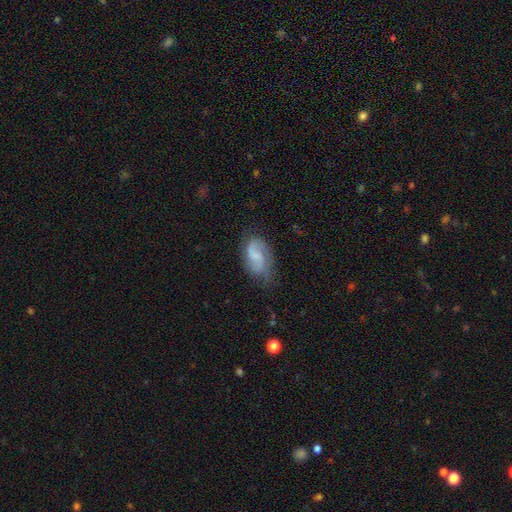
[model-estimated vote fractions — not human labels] Overall: featured or disk (60%; smooth 33%). Edge-on disk: no (97%). Bar: no (45%; weak 44%). Spiral arms: yes (89%). Spiral arm count: 2 (73%). Spiral winding: medium (41%, tied with loose). Bulge size: none (46%; small 31%). Merging: none (56%; minor disturbance 28%).